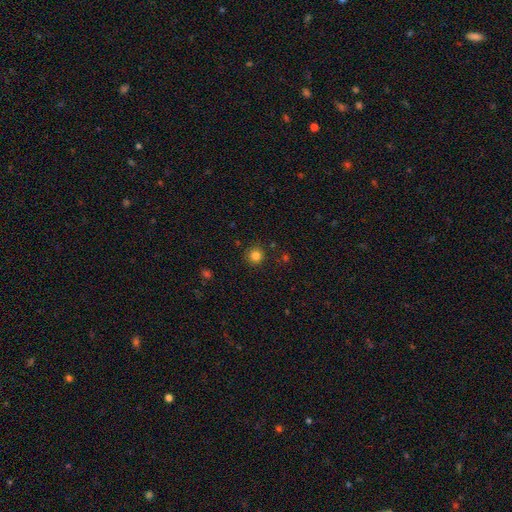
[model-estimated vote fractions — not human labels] The model was most divided on "smooth or featured": smooth: 83%, star or artifact: 13%, featured or disk: 4%. More confident: how rounded — round (93%); merging — none (88%).